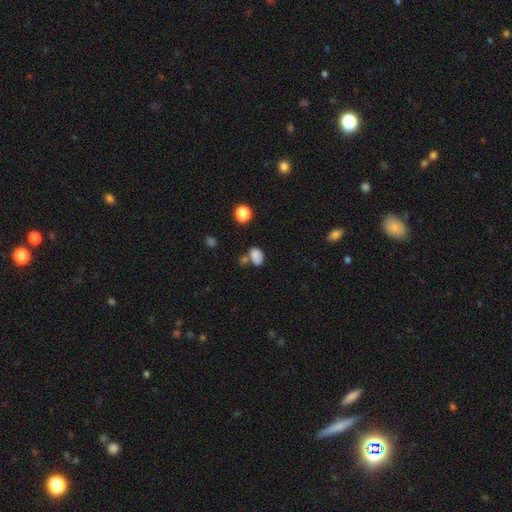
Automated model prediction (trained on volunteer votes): Morphology: type=smooth (77%); roundness=in between (75%); merging=none (47%).